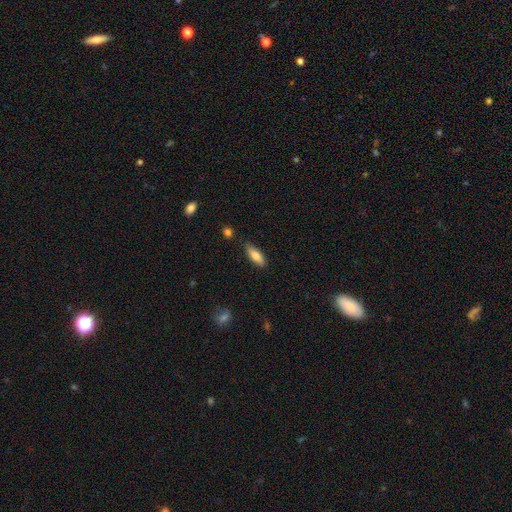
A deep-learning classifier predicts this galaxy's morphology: This is likely a smooth galaxy (78%). How rounded: possibly in between (60%). Merging: clearly none (83%).